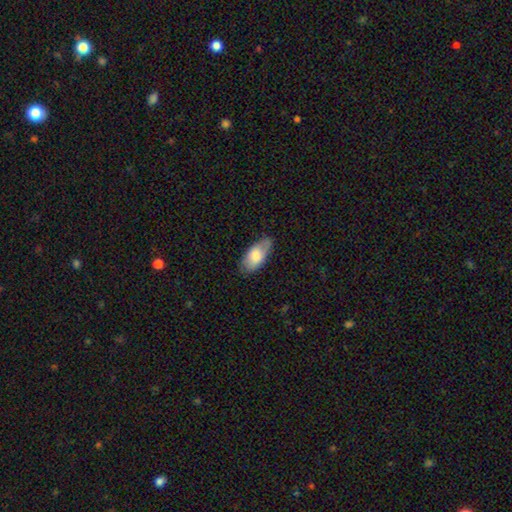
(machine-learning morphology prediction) Overall: smooth (77%). How rounded: in between (91%). Merging: none (71%).